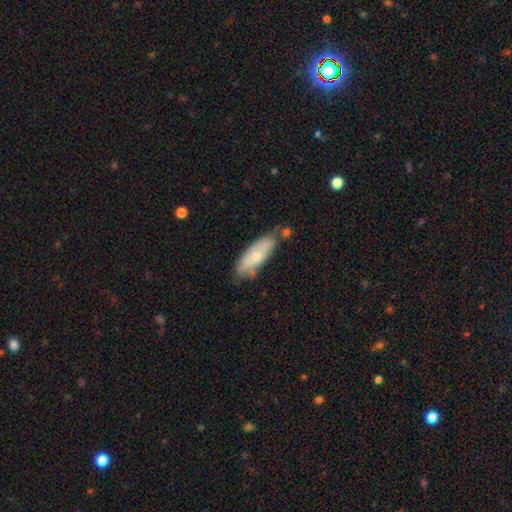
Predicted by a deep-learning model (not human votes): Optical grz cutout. It shows a smooth galaxy with no disk features (65%) that is in between round and cigar-shaped (65%). Merging: none (61%).